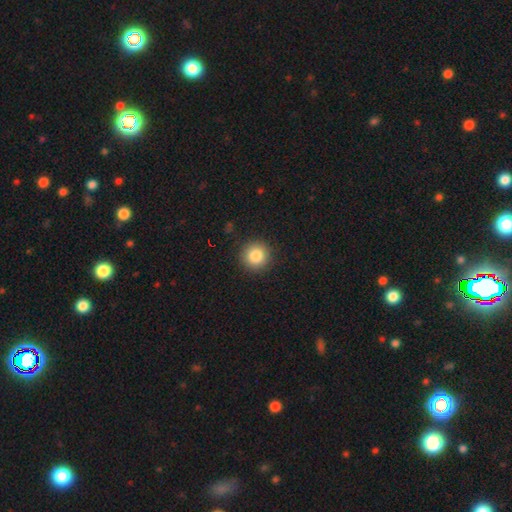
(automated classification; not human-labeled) This appears to be a smooth galaxy with no disk features (85%) that is round (95%). Merging: none (91%).